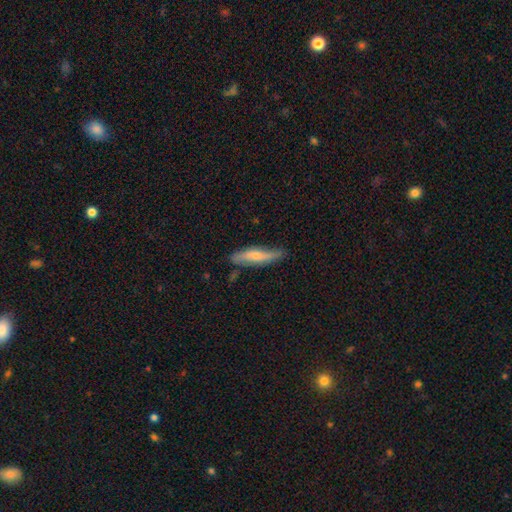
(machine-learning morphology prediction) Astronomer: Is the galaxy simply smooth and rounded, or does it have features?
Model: smooth — 49% (runner-up: featured or disk, 45%).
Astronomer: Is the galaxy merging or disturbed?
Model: none — 70%.